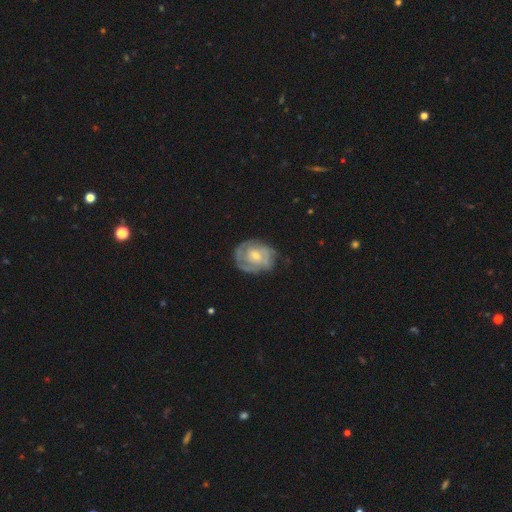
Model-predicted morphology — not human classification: Smooth or featured? Predicted: featured or disk (p=0.78). Edge-on disk? Predicted: no (p=0.97). Bar? Predicted: no (p=0.67). Spiral arms? Predicted: yes (p=0.89). Spiral winding? Predicted: tight (p=0.66). Spiral arm count? Predicted: can't tell (p=0.34). Bulge size? Predicted: moderate (p=0.48). Merging? Predicted: none (p=0.69).